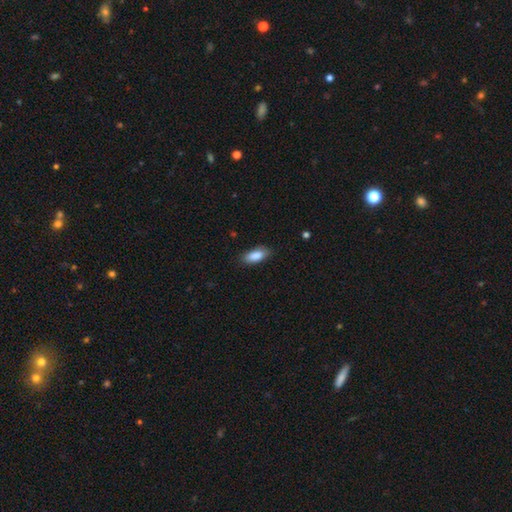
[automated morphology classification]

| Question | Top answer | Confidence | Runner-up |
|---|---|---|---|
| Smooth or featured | smooth | 87% | star or artifact (6%) |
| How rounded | in between | 83% | cigar-shaped (15%) |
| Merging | none | 83% | minor disturbance (13%) |